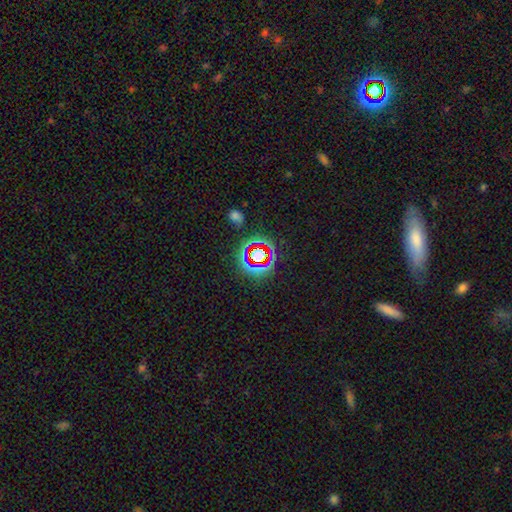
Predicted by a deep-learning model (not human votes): Smooth or featured? star or artifact (65%)